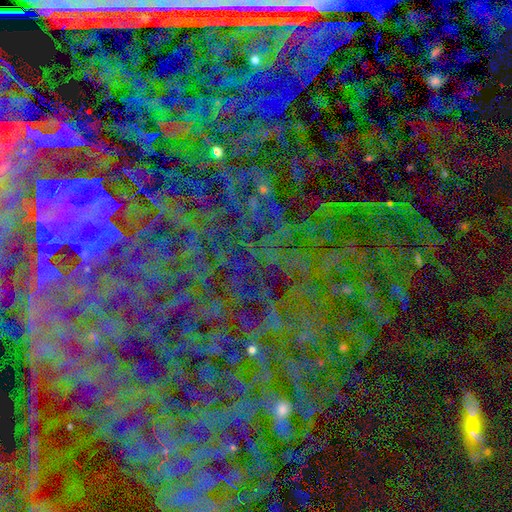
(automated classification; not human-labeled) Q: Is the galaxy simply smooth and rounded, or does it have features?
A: star or artifact — 81%.